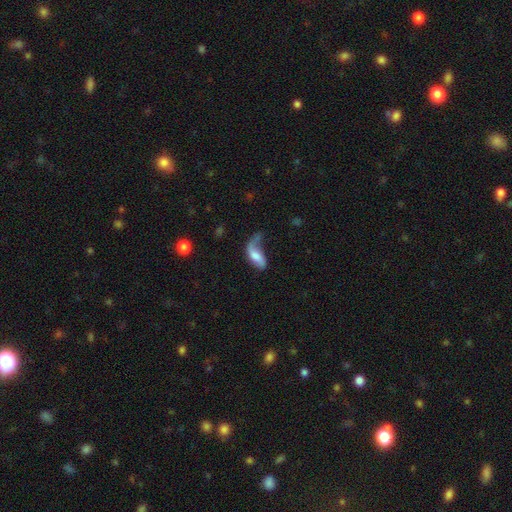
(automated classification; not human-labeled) A featured or disk galaxy (51%).

Vote fractions:
- Smooth or featured? featured or disk: 51% / smooth: 41% / star or artifact: 8%
- Edge-on disk? no: 90% / yes: 10%
- Merging? major disturbance: 37% / none: 29% / minor disturbance: 26% / merger: 8%